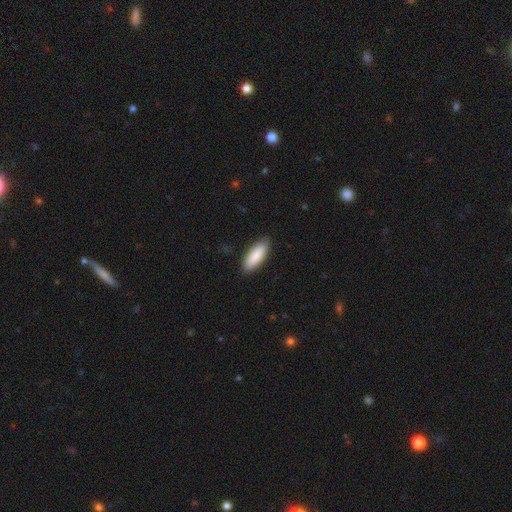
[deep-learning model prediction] Morphology: type=smooth (88%); roundness=in between (65%); merging=none (88%).